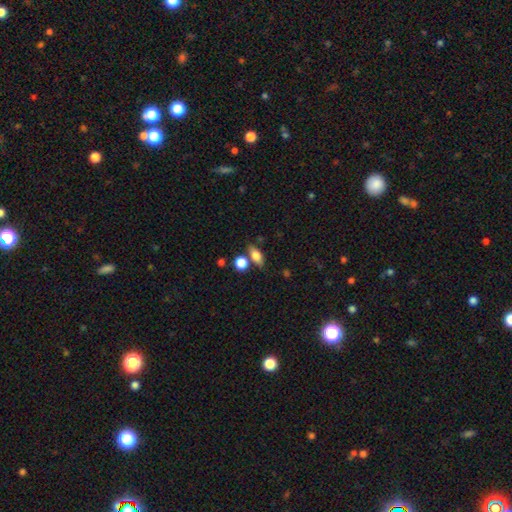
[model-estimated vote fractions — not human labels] Smooth or featured? Predicted: smooth (p=0.76). How rounded? Predicted: in between (p=0.77). Merging? Predicted: none (p=0.67).